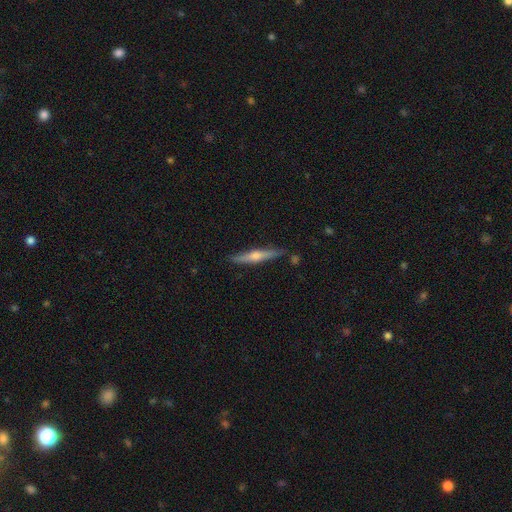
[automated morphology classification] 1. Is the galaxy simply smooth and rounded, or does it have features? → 61% featured or disk, 33% smooth, 6% star or artifact.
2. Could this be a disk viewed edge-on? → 97% yes, 3% no.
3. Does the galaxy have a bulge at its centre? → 85% rounded, 9% none, 6% boxy.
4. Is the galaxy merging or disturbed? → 86% none, 10% minor disturbance, 2% merger, 2% major disturbance.